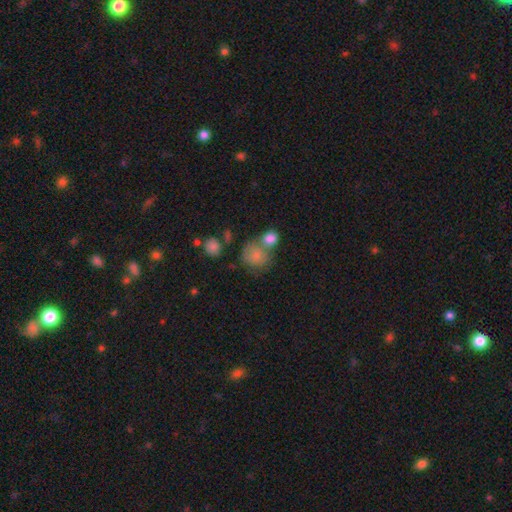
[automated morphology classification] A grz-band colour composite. It shows a smooth galaxy with no disk features (77%) that is round (74%). Merging: none (40%).